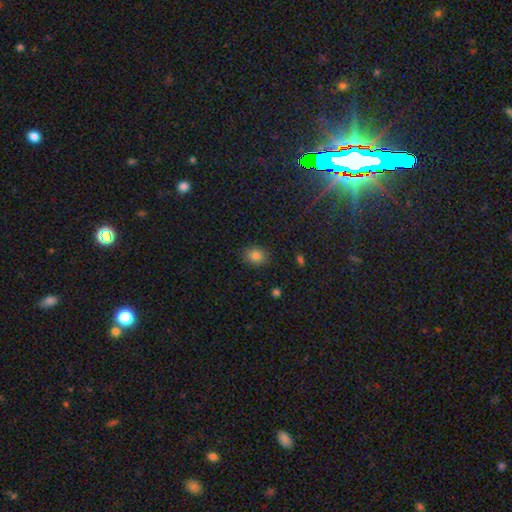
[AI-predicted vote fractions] Smooth or featured?
  - smooth: 82% *
  - star or artifact: 12%
  - featured or disk: 7%
How rounded?
  - round: 54% *
  - in between: 45%
  - cigar-shaped: 1%
Merging?
  - none: 87% *
  - minor disturbance: 9%
  - major disturbance: 2%
  - merger: 1%